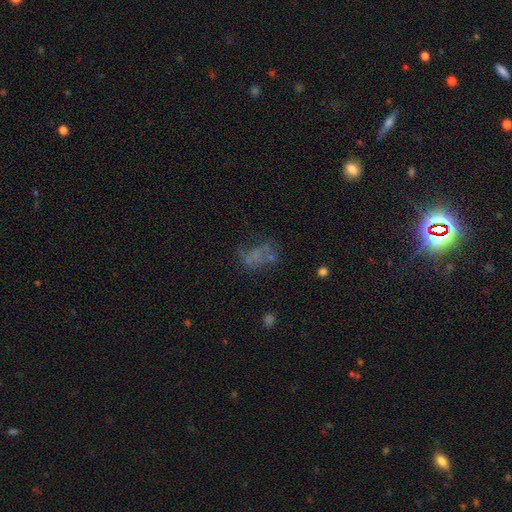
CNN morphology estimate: The model was most divided on "smooth or featured": smooth: 40%, featured or disk: 37%, star or artifact: 23%. Remaining: merging — none (38%).